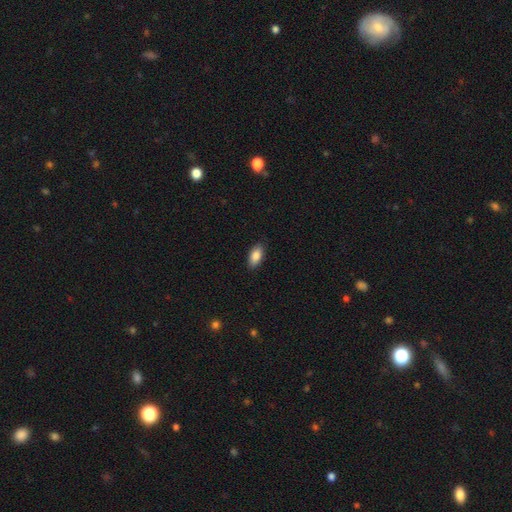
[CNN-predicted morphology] smooth 86%, featured or disk 8%, star or artifact 7%. Down the decision tree: how rounded — in between (91%); merging — none (88%).